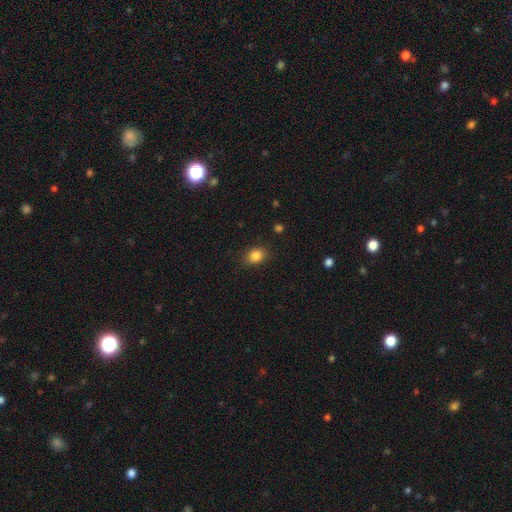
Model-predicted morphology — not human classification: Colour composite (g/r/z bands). It shows a smooth galaxy with no disk features (85%) that is in between round and cigar-shaped (56%). Merging: none (84%).